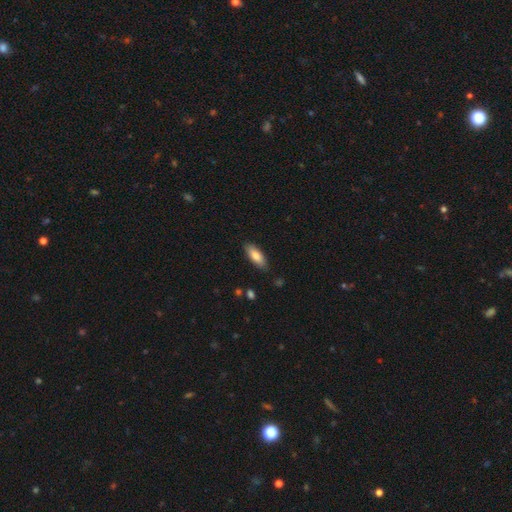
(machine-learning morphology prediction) This appears to be a smooth galaxy with no disk features (81%) that is in between round and cigar-shaped (74%). Merging: none (86%).